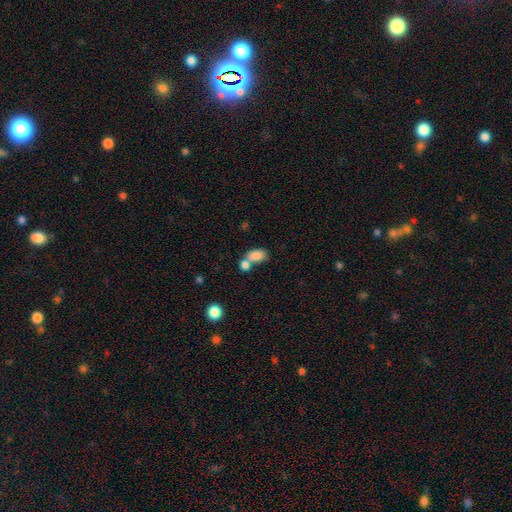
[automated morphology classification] A smooth galaxy with no disk features (83%) that is in between round and cigar-shaped (87%). Merging: merger (52%).